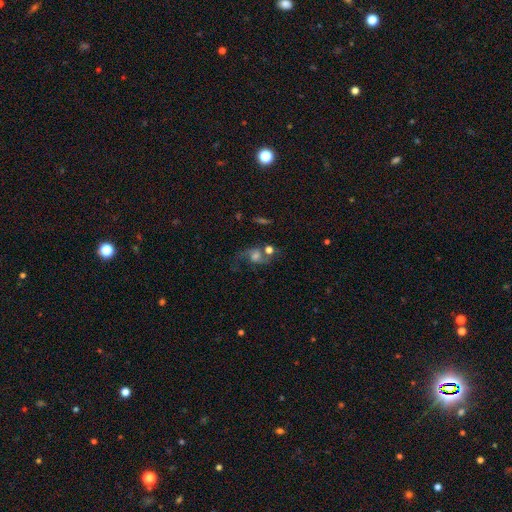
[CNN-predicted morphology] Smooth or featured: featured or disk — 62% (smooth — 22%)
Edge-on disk: no — 95% (yes — 5%)
Bar: no — 66% (weak — 29%)
Spiral arms: yes — 86% (no — 14%)
Spiral winding: loose — 65% (medium — 28%)
Spiral arm count: 2 — 76% (1 — 16%)
Bulge size: moderate — 49% (small — 22%)
Merging: none — 45% (merger — 19%)